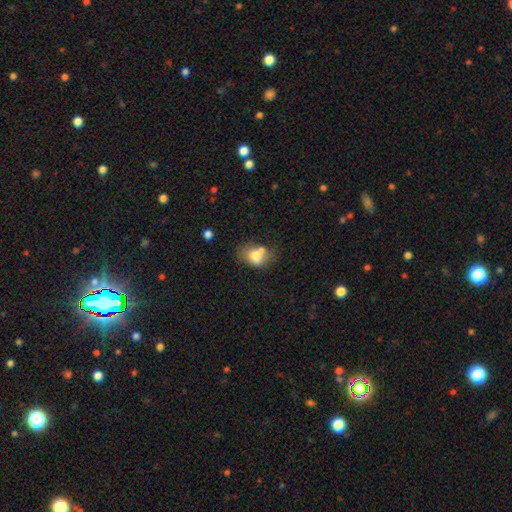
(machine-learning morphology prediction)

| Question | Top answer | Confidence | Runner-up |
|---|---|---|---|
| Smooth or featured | smooth | 69% | featured or disk (22%) |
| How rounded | in between | 66% | round (32%) |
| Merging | none | 41% | merger (35%) |